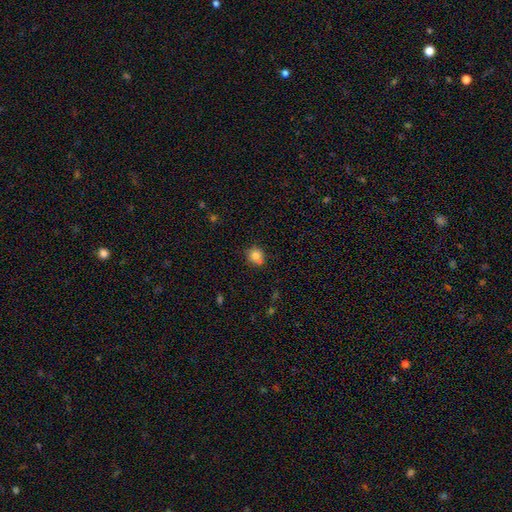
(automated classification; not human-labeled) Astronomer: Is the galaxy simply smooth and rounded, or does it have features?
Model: smooth — 82%.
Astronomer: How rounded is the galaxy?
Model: round — 84%.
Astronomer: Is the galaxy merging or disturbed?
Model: none — 73%.